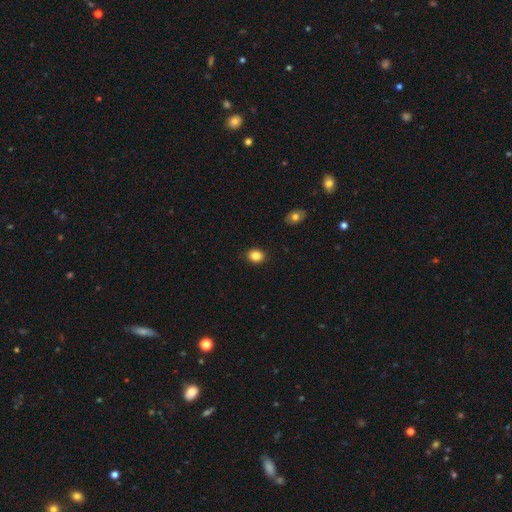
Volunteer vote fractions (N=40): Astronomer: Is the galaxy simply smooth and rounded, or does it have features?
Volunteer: smooth — 85%.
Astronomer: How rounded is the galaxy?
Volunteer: round — 53% (runner-up: in between, 47%).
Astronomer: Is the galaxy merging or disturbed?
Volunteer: none — 91%.